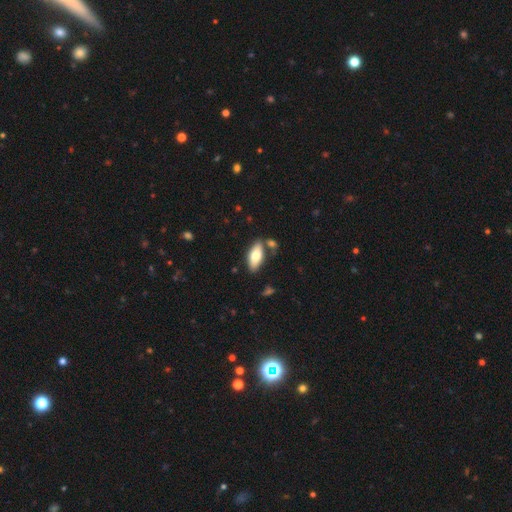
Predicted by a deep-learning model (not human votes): Q: Smooth or featured?
A: smooth (73%); runner-up: featured or disk (20%)
Q: How rounded?
A: in between (85%); runner-up: cigar-shaped (12%)
Q: Merging?
A: none (75%); runner-up: minor disturbance (13%)